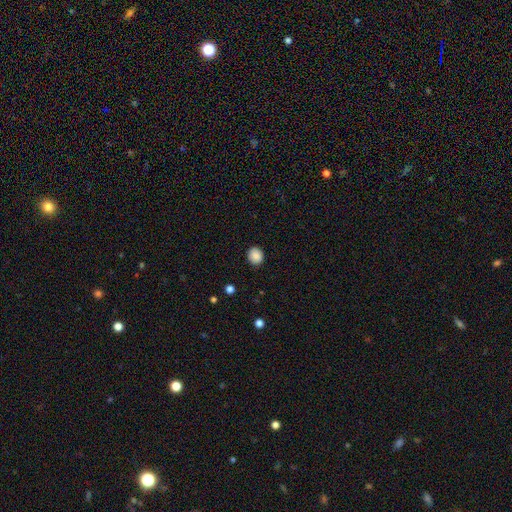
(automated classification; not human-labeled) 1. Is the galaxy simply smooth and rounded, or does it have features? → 87% smooth, 9% star or artifact, 4% featured or disk.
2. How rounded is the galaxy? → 76% round, 23% in between, 1% cigar-shaped.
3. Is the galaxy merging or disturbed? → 89% none, 8% minor disturbance, 2% major disturbance, 1% merger.